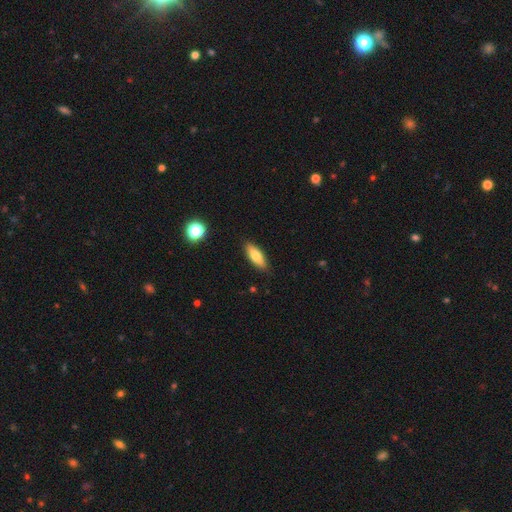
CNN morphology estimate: A smooth galaxy with no disk features (75%) that is in between round and cigar-shaped (63%).

Vote fractions:
- Smooth or featured? smooth: 75% / featured or disk: 18% / star or artifact: 7%
- How rounded? in between: 63% / cigar-shaped: 34% / round: 3%
- Merging? none: 87% / minor disturbance: 9% / major disturbance: 2% / merger: 1%